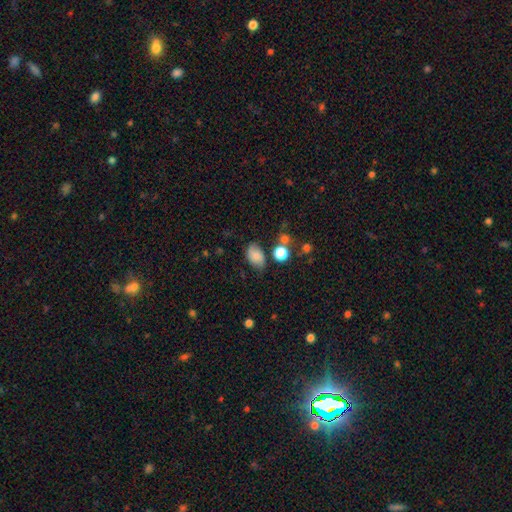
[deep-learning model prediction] Morphology: type=smooth (78%); roundness=in between (86%); merging=none (66%).